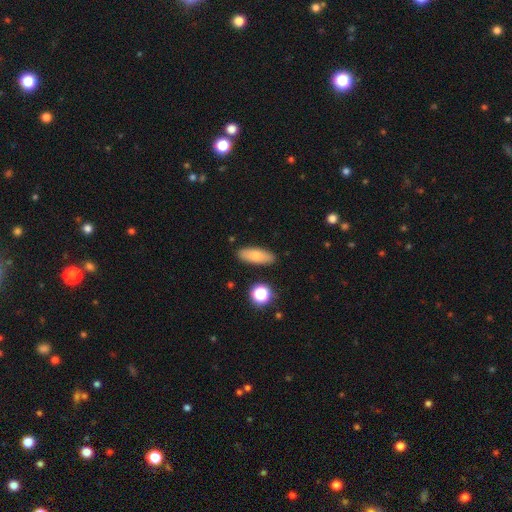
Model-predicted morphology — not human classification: Smooth or featured: smooth — 76% (featured or disk — 16%)
How rounded: in between — 69% (cigar-shaped — 28%)
Merging: none — 87% (minor disturbance — 9%)